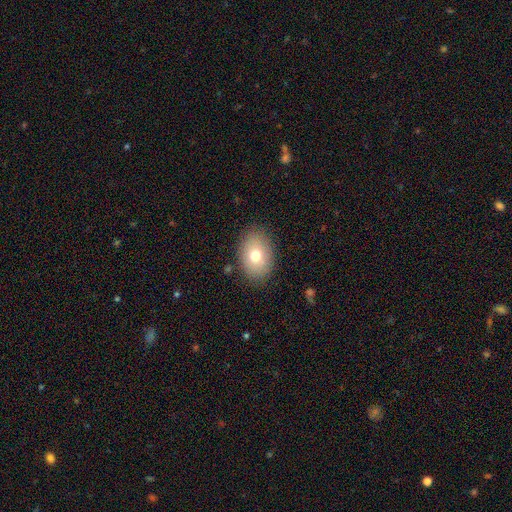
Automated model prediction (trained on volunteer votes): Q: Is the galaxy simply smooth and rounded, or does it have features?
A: smooth — 73%.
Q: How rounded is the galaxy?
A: in between — 78%.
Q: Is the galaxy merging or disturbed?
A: none — 85%.